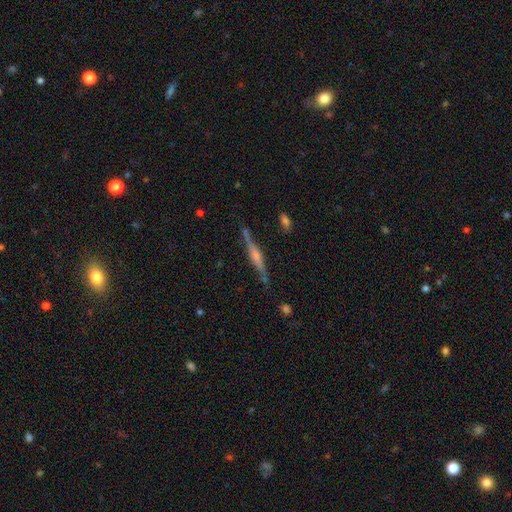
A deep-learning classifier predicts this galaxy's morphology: featured or disk 73%, smooth 20%, star or artifact 7%. Down the decision tree: edge-on disk — yes (97%); edge-on bulge — rounded (66%); merging — none (81%).